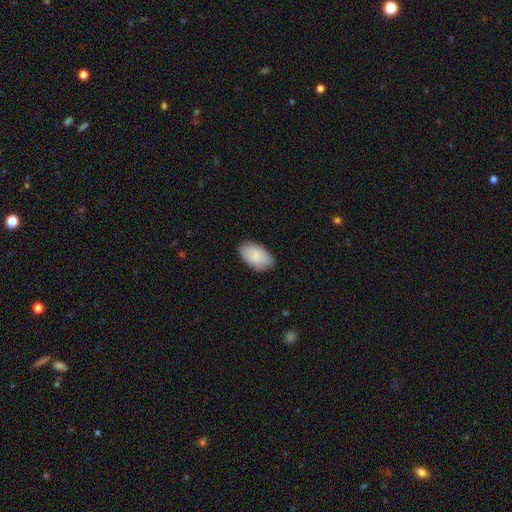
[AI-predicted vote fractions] A smooth galaxy with no disk features (86%) that is in between round and cigar-shaped (95%).

Vote fractions:
- Smooth or featured? smooth: 86% / featured or disk: 8% / star or artifact: 6%
- How rounded? in between: 95% / round: 4% / cigar-shaped: 1%
- Merging? none: 80% / minor disturbance: 17% / major disturbance: 3% / merger: 1%